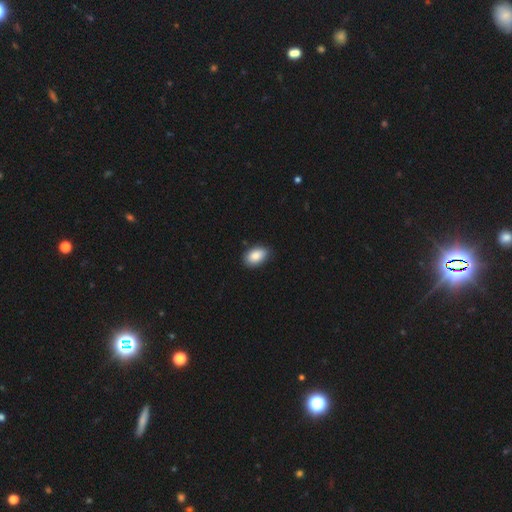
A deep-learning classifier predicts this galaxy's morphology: smooth 86%, star or artifact 7%, featured or disk 7%. Down the decision tree: how rounded — in between (91%); merging — none (85%).